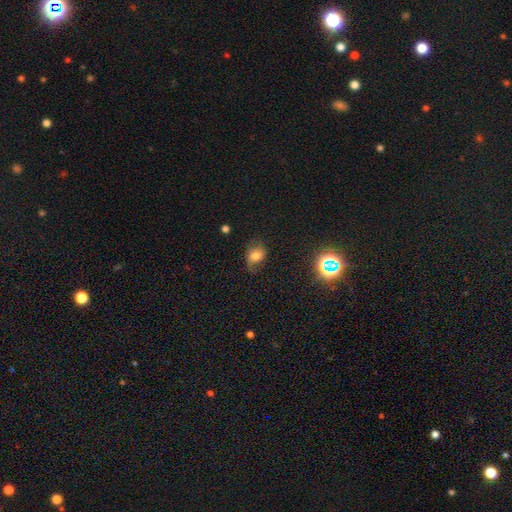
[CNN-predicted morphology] Smooth or featured?
  - smooth: 57% *
  - featured or disk: 27%
  - star or artifact: 16%
How rounded?
  - in between: 60% *
  - round: 38%
  - cigar-shaped: 1%
Merging?
  - none: 59% *
  - minor disturbance: 27%
  - major disturbance: 13%
  - merger: 2%